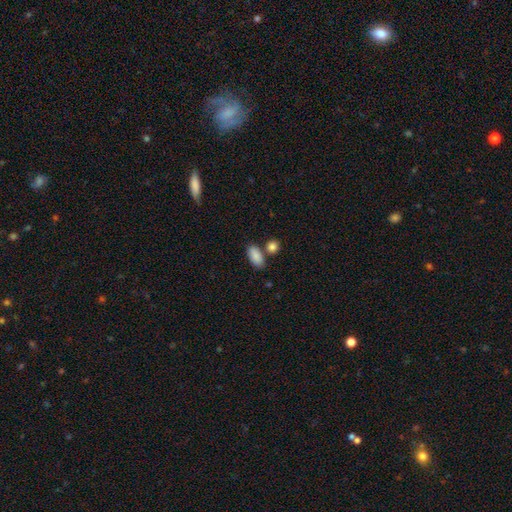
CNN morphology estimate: Smooth or featured?
  - smooth: 88% *
  - star or artifact: 7%
  - featured or disk: 5%
How rounded?
  - in between: 89% *
  - round: 7%
  - cigar-shaped: 4%
Merging?
  - none: 69% *
  - merger: 15%
  - minor disturbance: 12%
  - major disturbance: 3%